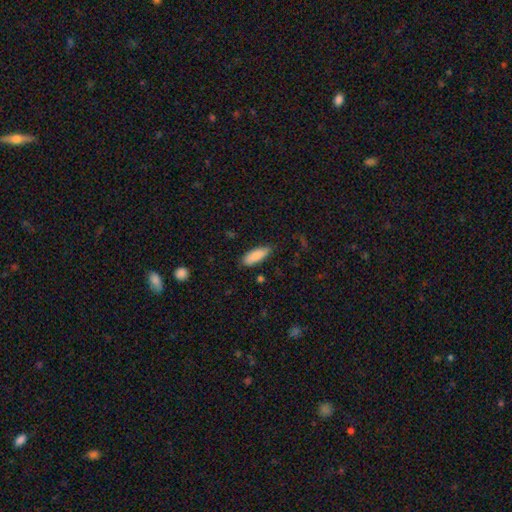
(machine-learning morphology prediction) smooth-or-featured: smooth: 87% | featured or disk: 7% | star or artifact: 6%
  how-rounded: in between: 69% | cigar-shaped: 29% | round: 2%
  merging: none: 82% | minor disturbance: 14% | major disturbance: 2% | merger: 1%